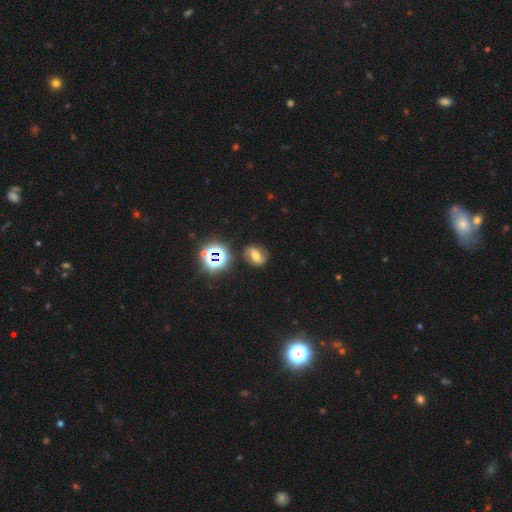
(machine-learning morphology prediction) Smooth or featured?
  - featured or disk: 48% *
  - smooth: 29%
  - star or artifact: 23%
Merging?
  - none: 80% *
  - minor disturbance: 12%
  - major disturbance: 4%
  - merger: 3%